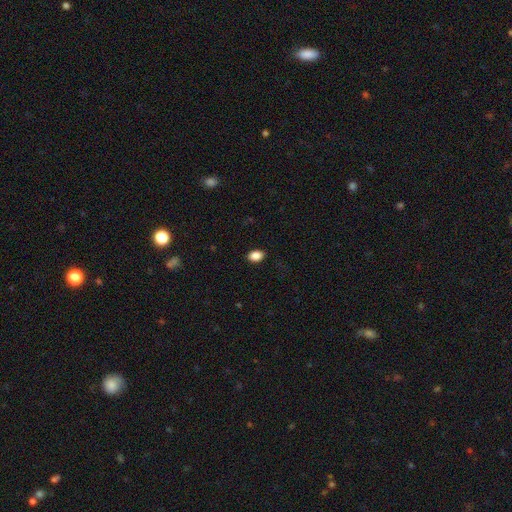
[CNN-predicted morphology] smooth 88%, star or artifact 9%, featured or disk 4%. Down the decision tree: how rounded — in between (81%); merging — none (88%).